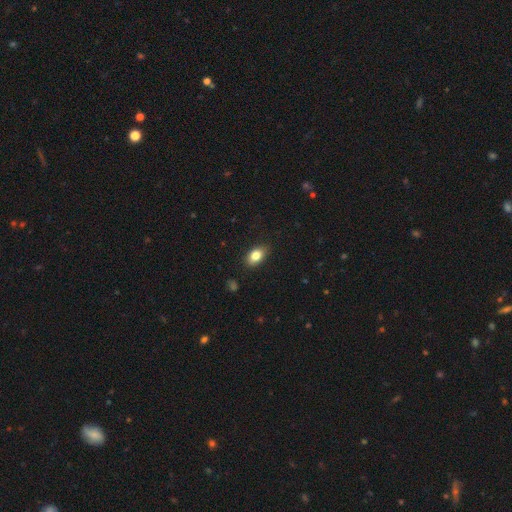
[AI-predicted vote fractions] smooth_or_featured: smooth (p=0.83) [alt: featured or disk p=0.09]
how_rounded: in between (p=0.86) [alt: round p=0.13]
merging: none (p=0.84) [alt: minor disturbance p=0.13]